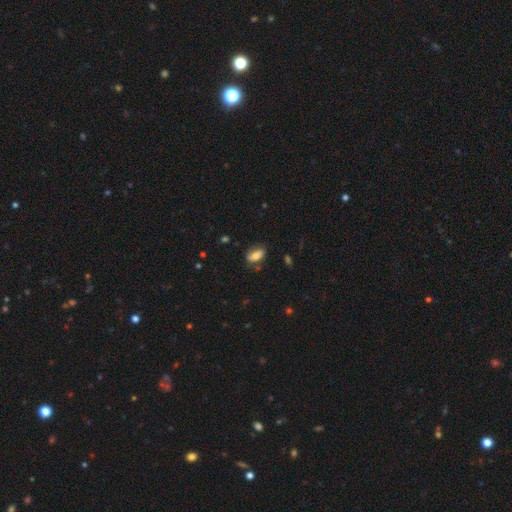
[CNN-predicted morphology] smooth_or_featured: smooth (p=0.66) [alt: featured or disk p=0.26]
how_rounded: in between (p=0.87) [alt: cigar-shaped p=0.07]
merging: none (p=0.73) [alt: minor disturbance p=0.19]